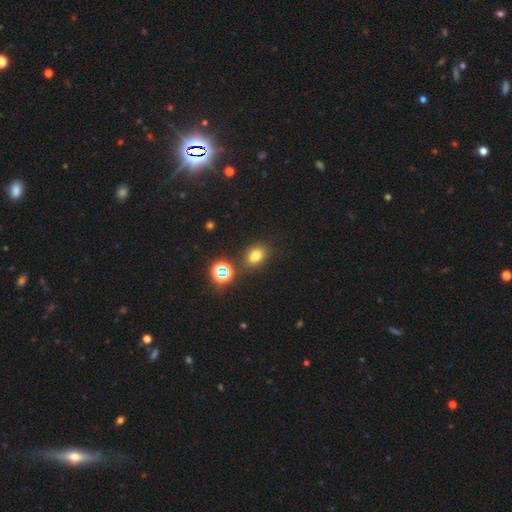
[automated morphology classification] Q: Smooth or featured?
A: smooth (68%); runner-up: star or artifact (23%)
Q: How rounded?
A: in between (60%); runner-up: round (38%)
Q: Merging?
A: none (76%); runner-up: minor disturbance (12%)